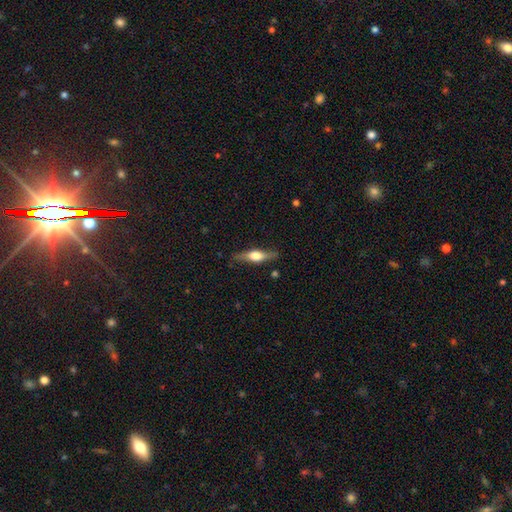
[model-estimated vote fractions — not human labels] Smooth or featured?
  - featured or disk: 61% *
  - smooth: 33%
  - star or artifact: 6%
Edge-on disk?
  - yes: 94% *
  - no: 6%
Edge-on bulge?
  - rounded: 91% *
  - boxy: 7%
  - none: 2%
Merging?
  - none: 82% *
  - minor disturbance: 13%
  - major disturbance: 3%
  - merger: 1%